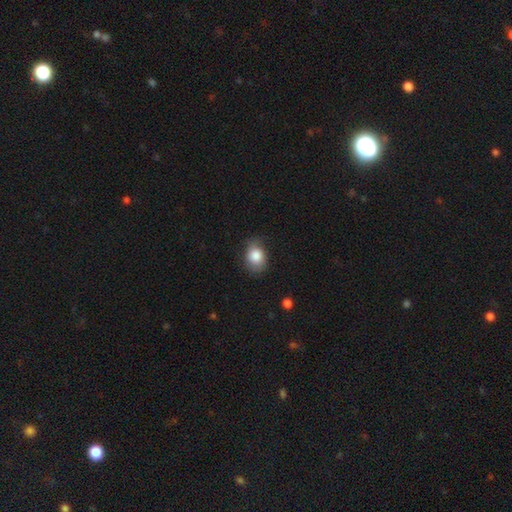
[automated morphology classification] The model was most divided on "how rounded": in between: 57%, round: 42%, cigar-shaped: 1%. More confident: smooth or featured — smooth (84%); merging — none (67%).